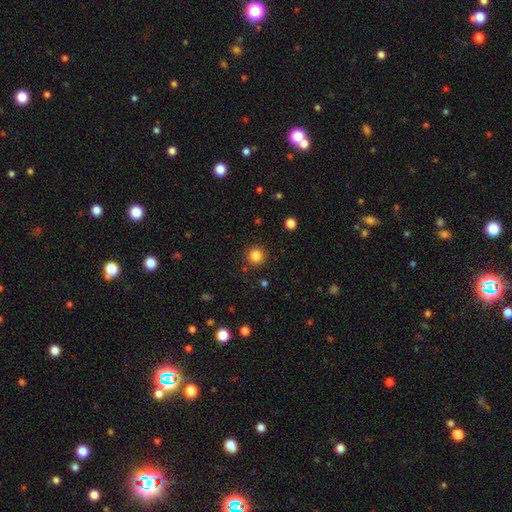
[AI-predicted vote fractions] smooth-or-featured: smooth: 84% | star or artifact: 12% | featured or disk: 4%
  how-rounded: round: 95% | in between: 5% | cigar-shaped: 1%
  merging: none: 88% | minor disturbance: 7% | major disturbance: 3% | merger: 2%